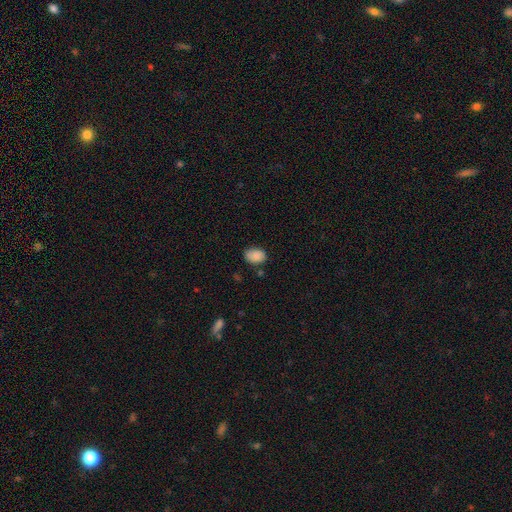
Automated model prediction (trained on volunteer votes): smooth_or_featured: smooth (p=0.87) [alt: star or artifact p=0.08]
how_rounded: in between (p=0.81) [alt: round p=0.18]
merging: none (p=0.73) [alt: minor disturbance p=0.20]